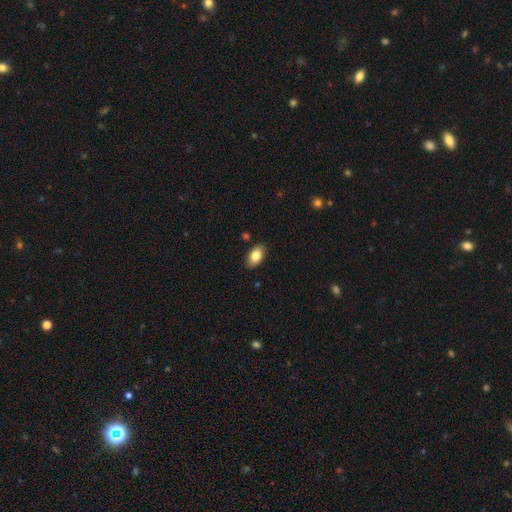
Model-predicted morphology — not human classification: type=smooth (82%); roundness=in between (92%); merging=none (87%).